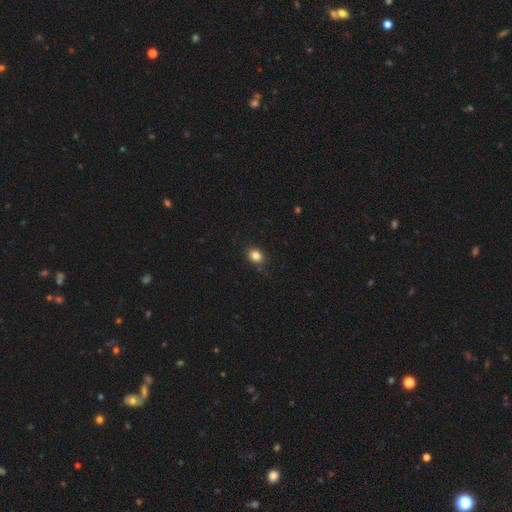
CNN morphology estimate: A smooth galaxy with no disk features (84%) that is round (52%). Merging: none (83%).